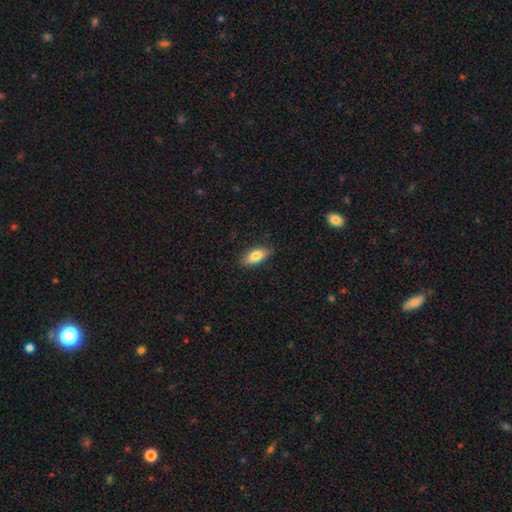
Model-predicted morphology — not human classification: This appears to be a smooth galaxy with no disk features (82%) that is in between round and cigar-shaped (86%). Merging: none (86%).